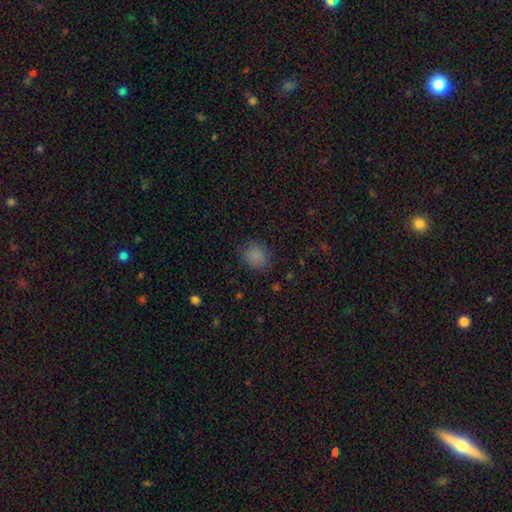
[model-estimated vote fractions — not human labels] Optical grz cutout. It shows a smooth galaxy with no disk features (84%) that is round (65%). Merging: none (82%).